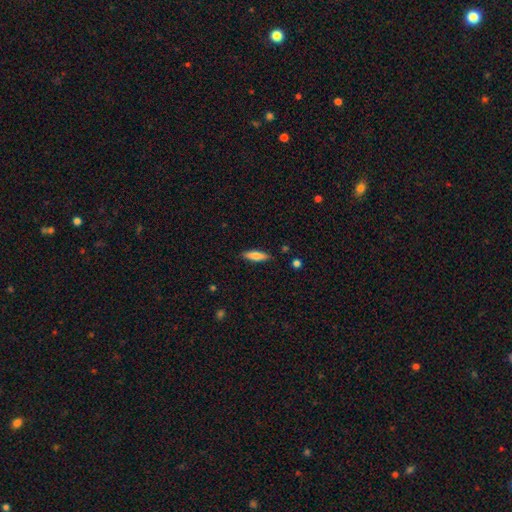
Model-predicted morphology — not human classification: Q: Smooth or featured?
A: smooth (74%); runner-up: featured or disk (20%)
Q: How rounded?
A: cigar-shaped (61%); runner-up: in between (37%)
Q: Merging?
A: none (86%); runner-up: minor disturbance (11%)